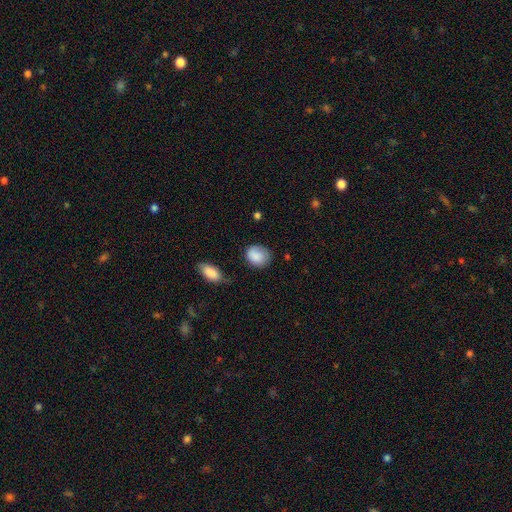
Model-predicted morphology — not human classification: Smooth or featured? smooth (87%)
How rounded? in between (50%)
Merging? none (63%)